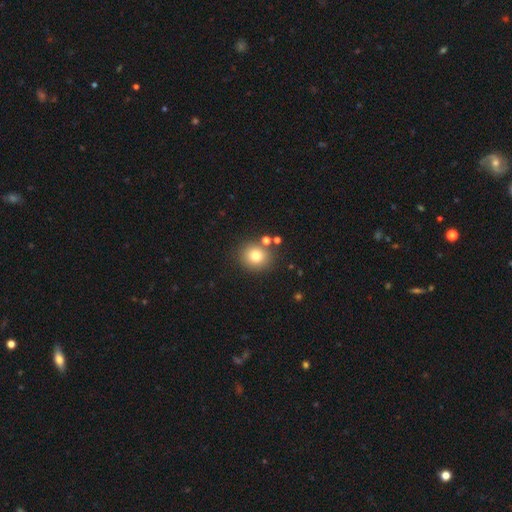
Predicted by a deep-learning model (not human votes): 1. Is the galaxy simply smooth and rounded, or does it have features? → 77% smooth, 13% star or artifact, 10% featured or disk.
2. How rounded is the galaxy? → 86% round, 13% in between, 1% cigar-shaped.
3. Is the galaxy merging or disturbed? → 81% none, 8% minor disturbance, 8% merger, 3% major disturbance.